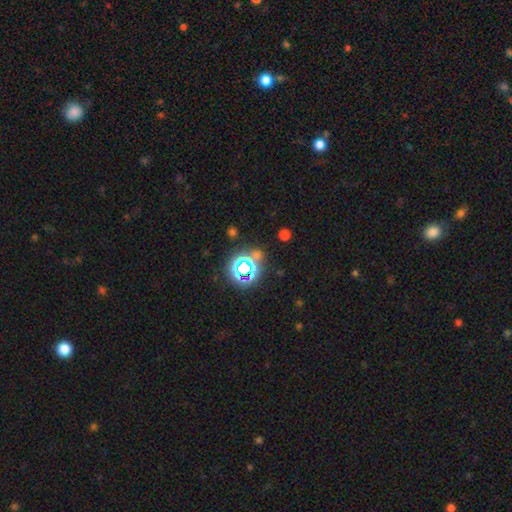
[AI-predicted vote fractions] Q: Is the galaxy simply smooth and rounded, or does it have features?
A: star or artifact — 60%.